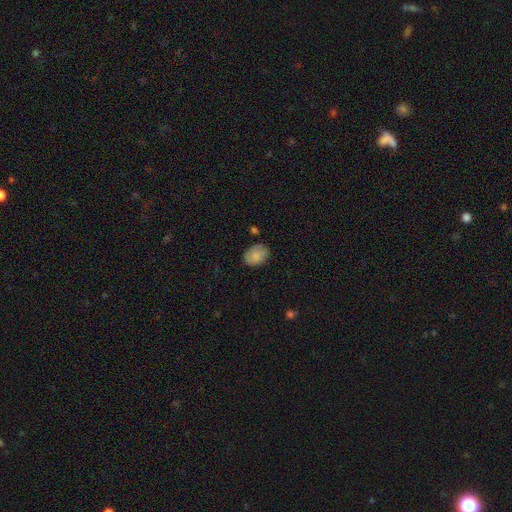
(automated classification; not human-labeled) This is clearly a smooth galaxy (80%). How rounded: likely in between (70%). Merging: likely none (75%).